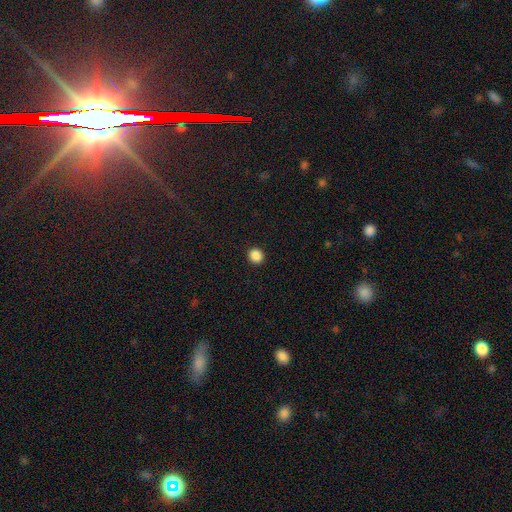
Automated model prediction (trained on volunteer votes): Overall: smooth (87%). How rounded: round (84%). Merging: none (93%).